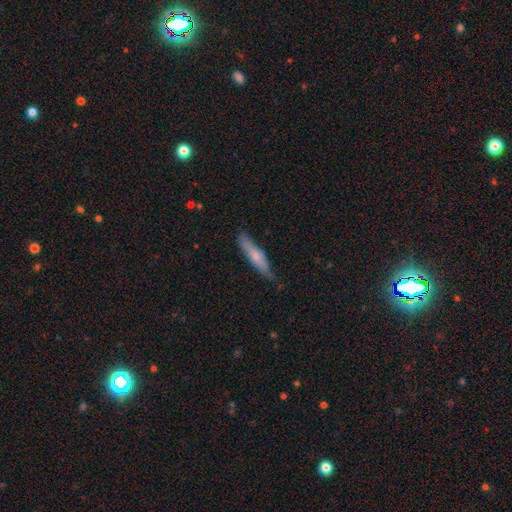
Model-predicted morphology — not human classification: A smooth galaxy with no disk features (62%) that is cigar-shaped (84%).

Vote fractions:
- Smooth or featured? smooth: 62% / featured or disk: 32% / star or artifact: 6%
- How rounded? cigar-shaped: 84% / in between: 14% / round: 2%
- Merging? none: 75% / minor disturbance: 21% / major disturbance: 3% / merger: 1%